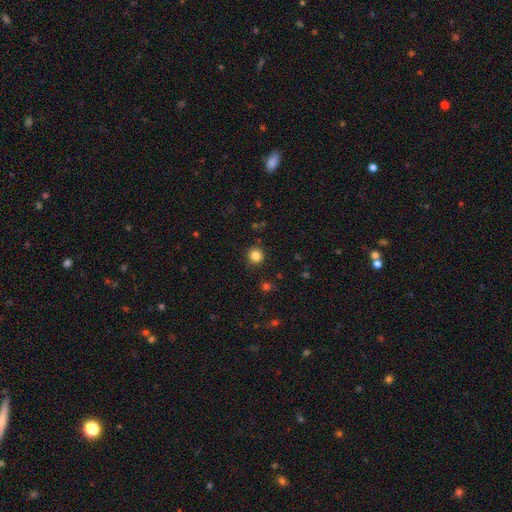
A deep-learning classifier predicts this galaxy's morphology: Smooth or featured?
  - smooth: 83% *
  - star or artifact: 12%
  - featured or disk: 4%
How rounded?
  - round: 94% *
  - in between: 5%
  - cigar-shaped: 1%
Merging?
  - none: 91% *
  - minor disturbance: 6%
  - major disturbance: 2%
  - merger: 1%